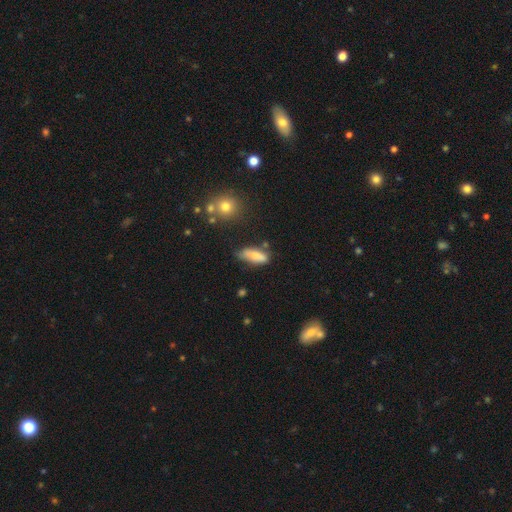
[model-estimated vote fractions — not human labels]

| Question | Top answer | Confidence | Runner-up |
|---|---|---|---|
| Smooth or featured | smooth | 71% | featured or disk (22%) |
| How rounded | in between | 72% | cigar-shaped (25%) |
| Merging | none | 52% | minor disturbance (31%) |